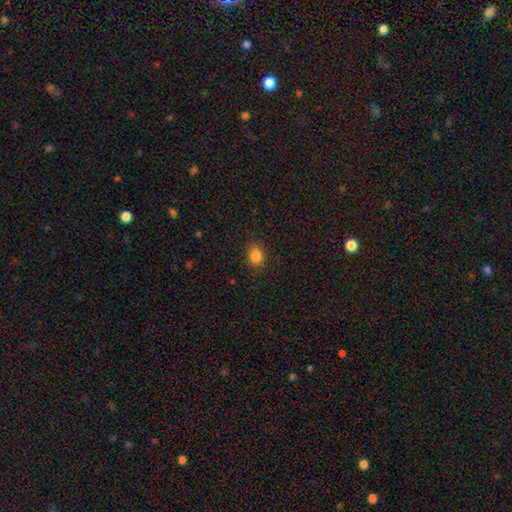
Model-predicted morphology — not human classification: Smooth or featured?
  - smooth: 85% *
  - star or artifact: 11%
  - featured or disk: 4%
How rounded?
  - in between: 55% *
  - round: 44%
  - cigar-shaped: 1%
Merging?
  - none: 87% *
  - minor disturbance: 10%
  - major disturbance: 3%
  - merger: 1%